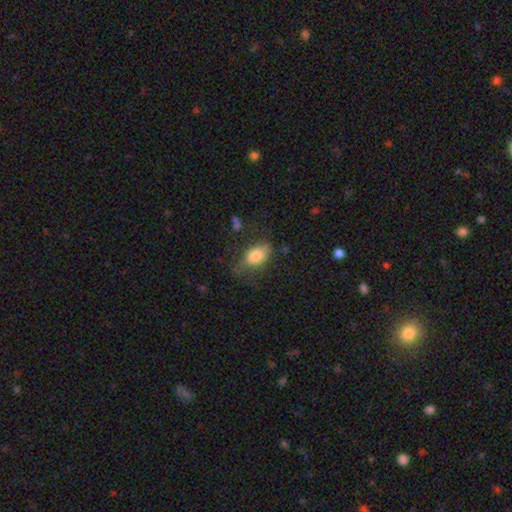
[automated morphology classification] A smooth galaxy with no disk features (80%) that is in between round and cigar-shaped (89%). Merging: none (52%).